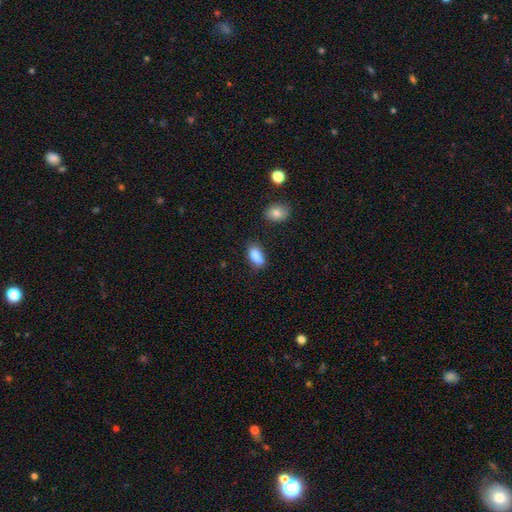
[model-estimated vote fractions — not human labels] smooth 85%, star or artifact 8%, featured or disk 7%. Down the decision tree: how rounded — in between (89%); merging — none (66%).